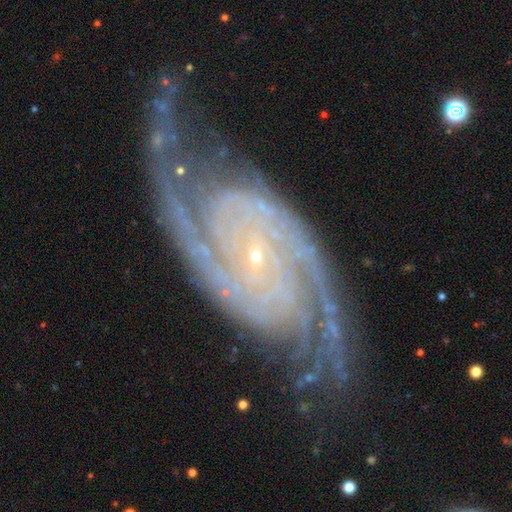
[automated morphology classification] A featured or disk galaxy (93%) with no bar (65%), 2 (73%) tight (48%) spiral arms (99%) and a small central bulge (90%). Merging: none (71%).